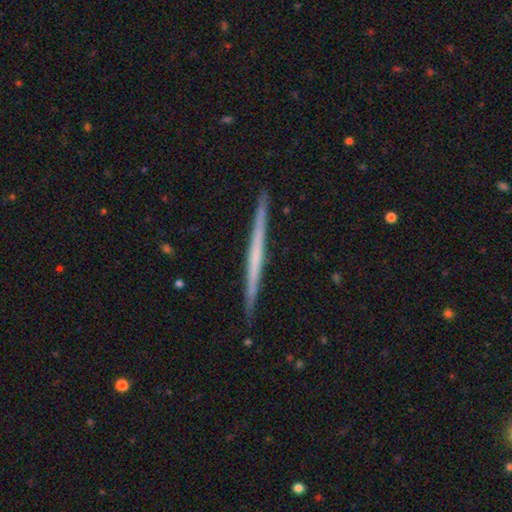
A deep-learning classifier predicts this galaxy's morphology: Smooth or featured?
  - featured or disk: 62% *
  - smooth: 33%
  - star or artifact: 5%
Edge-on disk?
  - yes: 98% *
  - no: 2%
Edge-on bulge?
  - none: 89% *
  - rounded: 7%
  - boxy: 4%
Merging?
  - none: 92% *
  - minor disturbance: 6%
  - major disturbance: 1%
  - merger: 1%